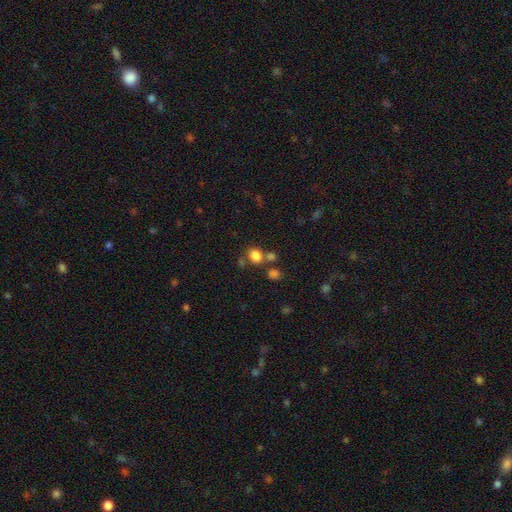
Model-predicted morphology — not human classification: Smooth or featured? Predicted: smooth (p=0.81). How rounded? Predicted: round (p=0.60). Merging? Predicted: none (p=0.59).